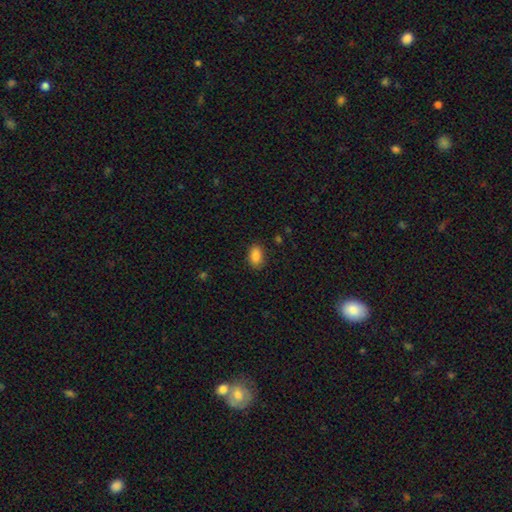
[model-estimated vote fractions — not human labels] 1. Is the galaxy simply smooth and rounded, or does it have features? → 88% smooth, 8% star or artifact, 4% featured or disk.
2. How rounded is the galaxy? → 87% in between, 11% round, 1% cigar-shaped.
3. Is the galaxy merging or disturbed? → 85% none, 11% minor disturbance, 3% major disturbance, 1% merger.